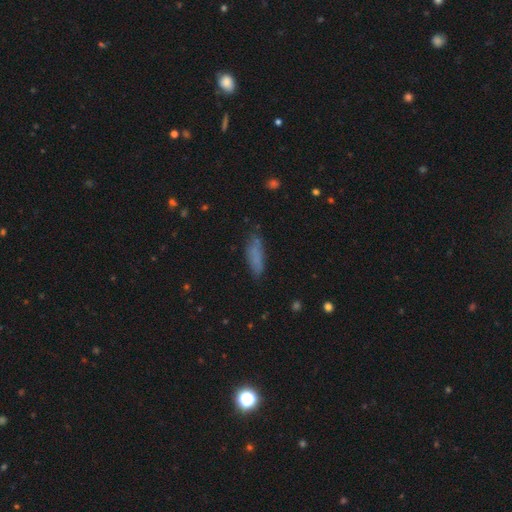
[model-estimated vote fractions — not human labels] Smooth or featured?
  - smooth: 76% *
  - featured or disk: 14%
  - star or artifact: 10%
How rounded?
  - cigar-shaped: 53% *
  - in between: 45%
  - round: 2%
Merging?
  - none: 69% *
  - minor disturbance: 21%
  - major disturbance: 7%
  - merger: 3%